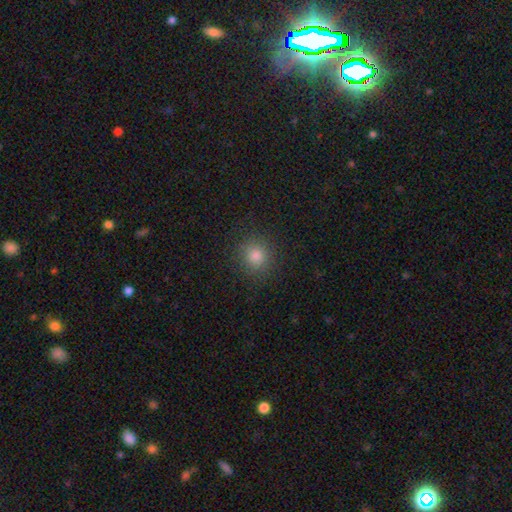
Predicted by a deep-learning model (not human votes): Overall: smooth (81%). How rounded: round (92%). Merging: none (90%).